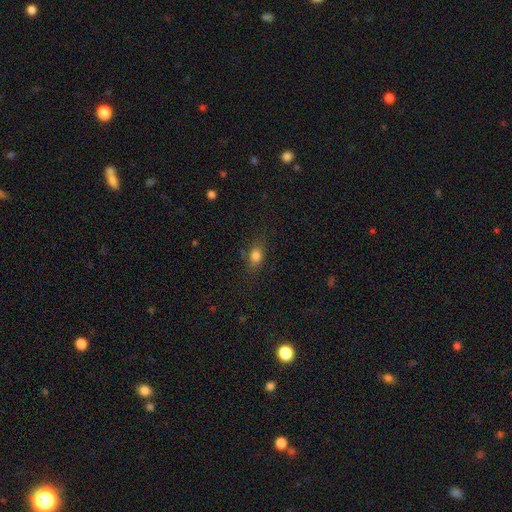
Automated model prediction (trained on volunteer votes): Smooth or featured? Predicted: smooth (p=0.80). How rounded? Predicted: in between (p=0.67). Merging? Predicted: none (p=0.76).